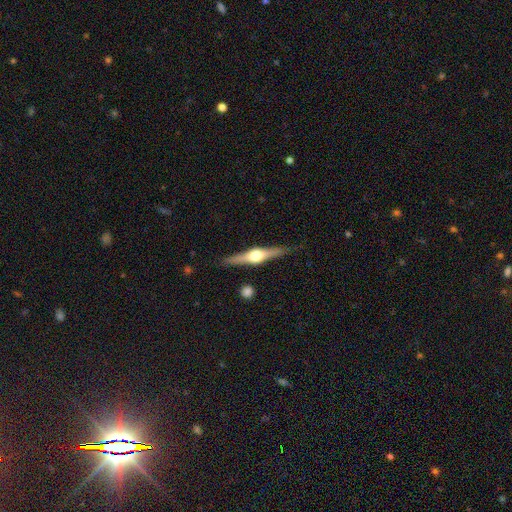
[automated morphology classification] Q: Smooth or featured?
A: featured or disk (80%); runner-up: smooth (15%)
Q: Edge-on disk?
A: yes (98%); runner-up: no (2%)
Q: Edge-on bulge?
A: rounded (94%); runner-up: boxy (5%)
Q: Merging?
A: none (88%); runner-up: minor disturbance (8%)